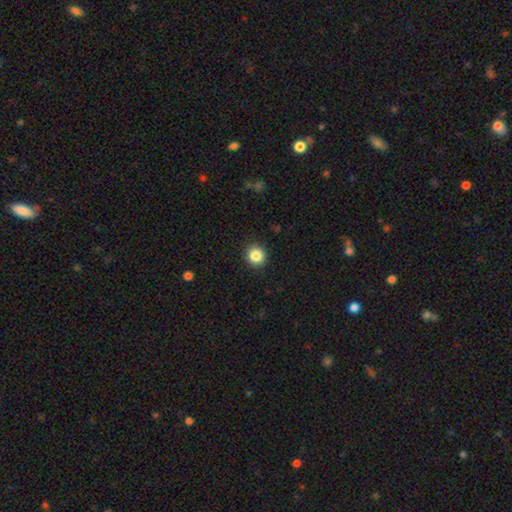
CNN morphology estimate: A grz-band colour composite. It shows a smooth galaxy with no disk features (86%) that is round (92%). Merging: none (91%).